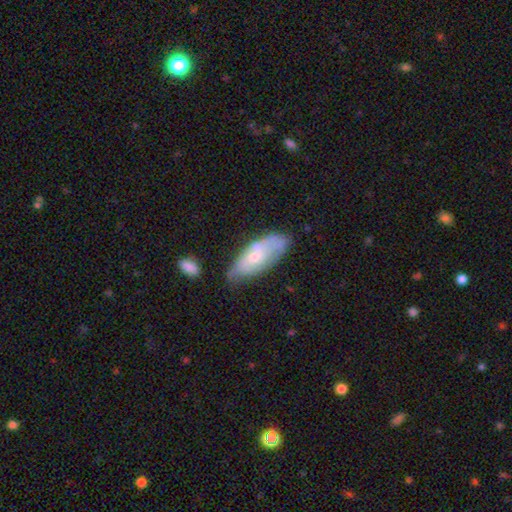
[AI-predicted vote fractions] A smooth galaxy with no disk features (51%) that is in between round and cigar-shaped (81%).

Vote fractions:
- Smooth or featured? smooth: 51% / featured or disk: 43% / star or artifact: 6%
- How rounded? in between: 81% / cigar-shaped: 16% / round: 2%
- Merging? none: 46% / minor disturbance: 33% / major disturbance: 12% / merger: 10%